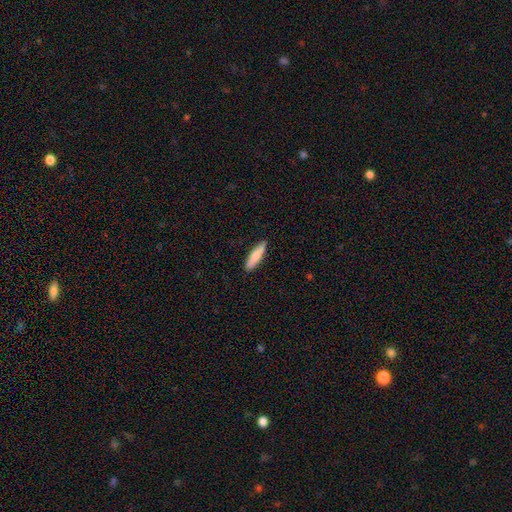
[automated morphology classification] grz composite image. It shows a smooth galaxy with no disk features (79%) that is cigar-shaped (74%). Merging: none (89%).